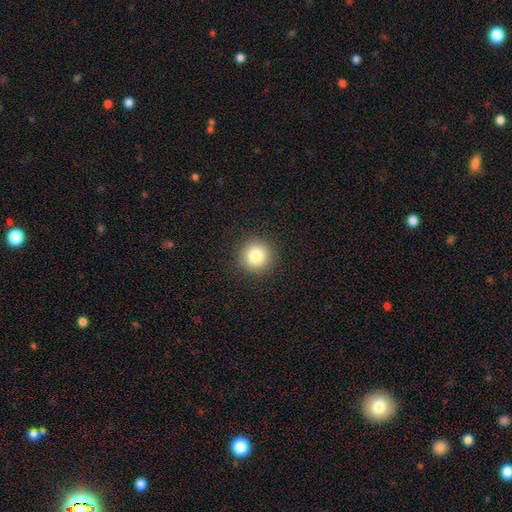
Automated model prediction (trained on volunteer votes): Smooth or featured?
  - smooth: 84% *
  - star or artifact: 10%
  - featured or disk: 6%
How rounded?
  - round: 95% *
  - in between: 4%
  - cigar-shaped: 1%
Merging?
  - none: 91% *
  - minor disturbance: 6%
  - major disturbance: 2%
  - merger: 1%